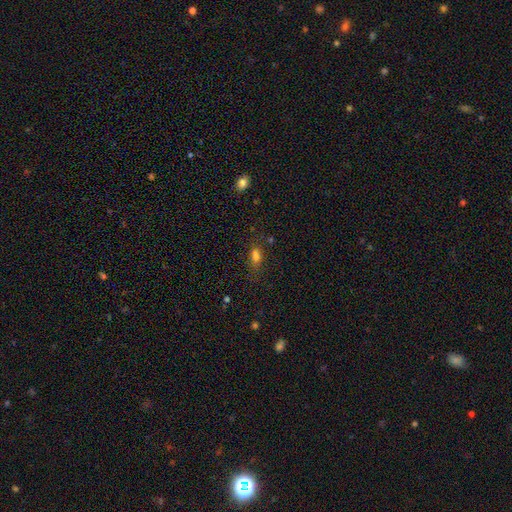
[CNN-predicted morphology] Q: Smooth or featured?
A: smooth (71%); runner-up: star or artifact (20%)
Q: How rounded?
A: in between (75%); runner-up: round (13%)
Q: Merging?
A: none (63%); runner-up: minor disturbance (19%)